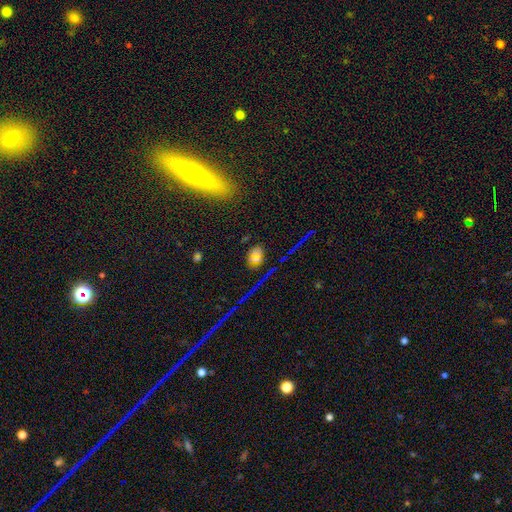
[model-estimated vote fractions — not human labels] The model was most divided on "smooth or featured": smooth: 46%, star or artifact: 38%, featured or disk: 16%. More confident: merging — none (64%).